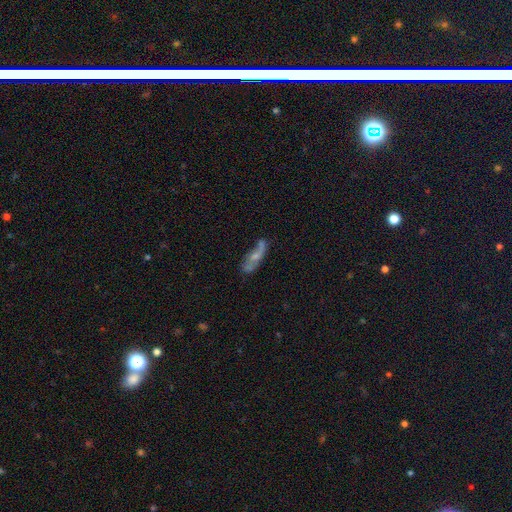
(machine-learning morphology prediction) Smooth or featured: featured or disk — 54% (smooth — 37%)
Edge-on disk: no — 74% (yes — 26%)
Merging: none — 50% (minor disturbance — 25%)